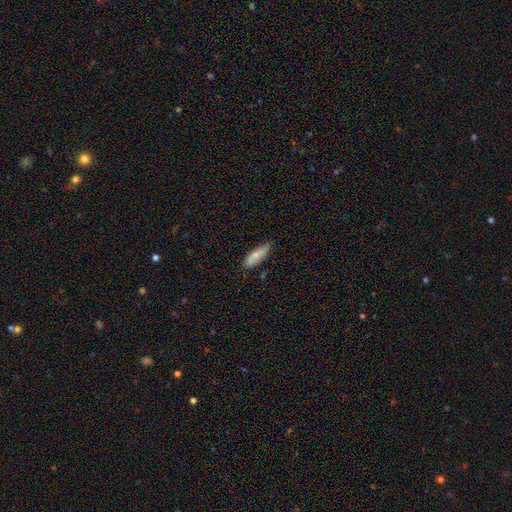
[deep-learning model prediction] Q: Smooth or featured?
A: smooth (76%); runner-up: featured or disk (18%)
Q: How rounded?
A: in between (57%); runner-up: cigar-shaped (41%)
Q: Merging?
A: none (70%); runner-up: minor disturbance (25%)